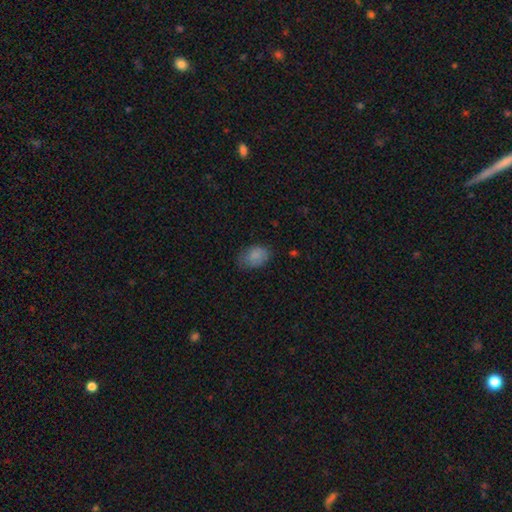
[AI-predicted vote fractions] smooth-or-featured: smooth: 84% | star or artifact: 9% | featured or disk: 7%
  how-rounded: in between: 81% | round: 17% | cigar-shaped: 1%
  merging: none: 61% | minor disturbance: 29% | major disturbance: 8% | merger: 1%